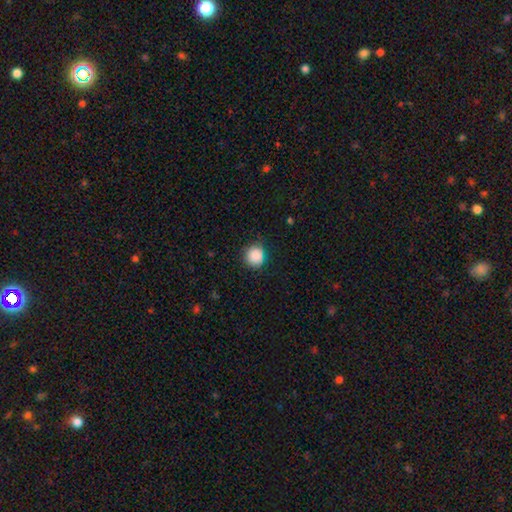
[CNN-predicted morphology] Smooth or featured? Predicted: smooth (p=0.88). How rounded? Predicted: round (p=0.92). Merging? Predicted: none (p=0.83).